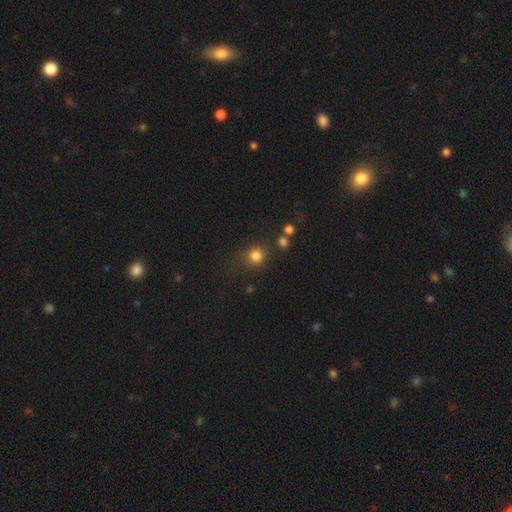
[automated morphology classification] Overall: smooth (81%). How rounded: round (89%). Merging: none (75%).